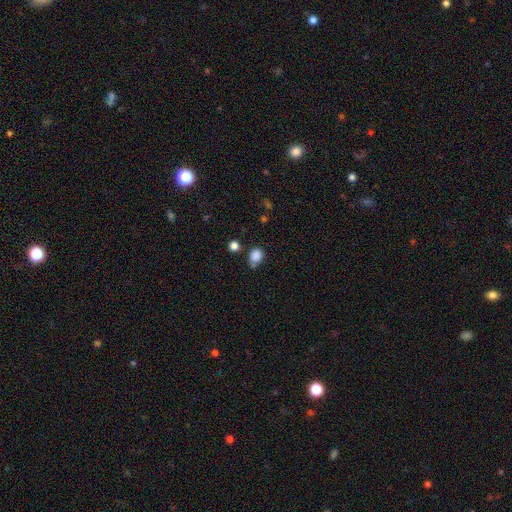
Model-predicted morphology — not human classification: Q: Smooth or featured?
A: smooth (84%); runner-up: star or artifact (11%)
Q: How rounded?
A: round (58%); runner-up: in between (41%)
Q: Merging?
A: none (58%); runner-up: minor disturbance (24%)